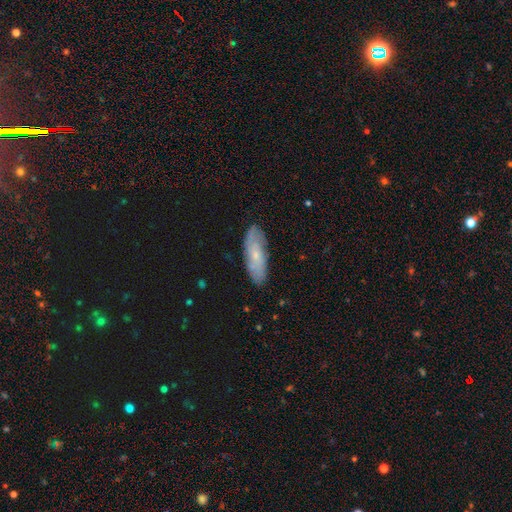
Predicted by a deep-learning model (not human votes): A featured or disk galaxy (50%).

Vote fractions:
- Smooth or featured? featured or disk: 50% / smooth: 43% / star or artifact: 7%
- Edge-on disk? no: 79% / yes: 21%
- Merging? none: 83% / minor disturbance: 14% / major disturbance: 3% / merger: 1%